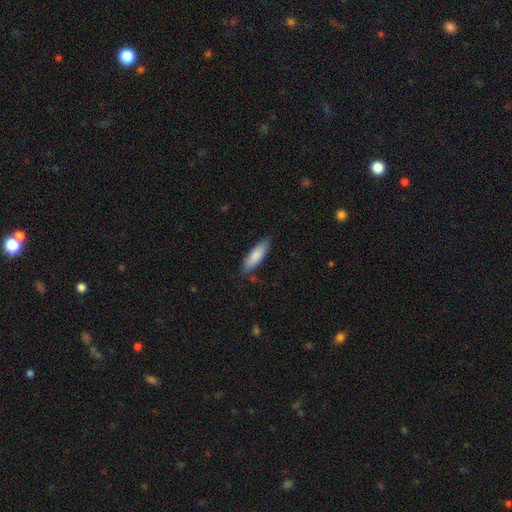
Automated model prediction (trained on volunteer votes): smooth_or_featured: smooth (p=0.84) [alt: featured or disk p=0.11]
how_rounded: cigar-shaped (p=0.55) [alt: in between p=0.44]
merging: none (p=0.81) [alt: minor disturbance p=0.15]